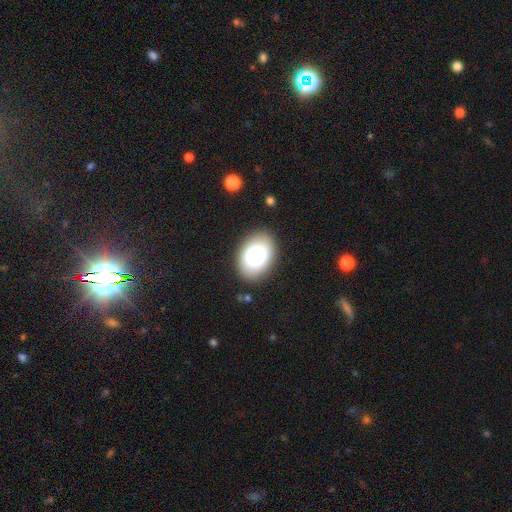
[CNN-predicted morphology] Smooth or featured? smooth (82%)
How rounded? in between (83%)
Merging? none (86%)